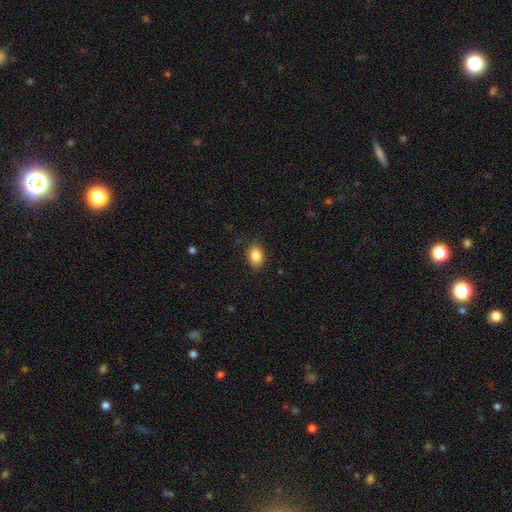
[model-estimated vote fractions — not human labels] Morphology: type=smooth (86%); roundness=in between (80%); merging=none (86%).